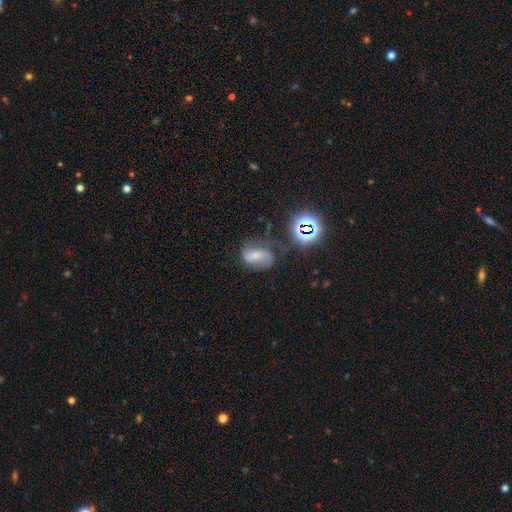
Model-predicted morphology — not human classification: smooth-or-featured: featured or disk: 43% | smooth: 38% | star or artifact: 20%
  merging: none: 42% | minor disturbance: 28% | major disturbance: 23% | merger: 7%